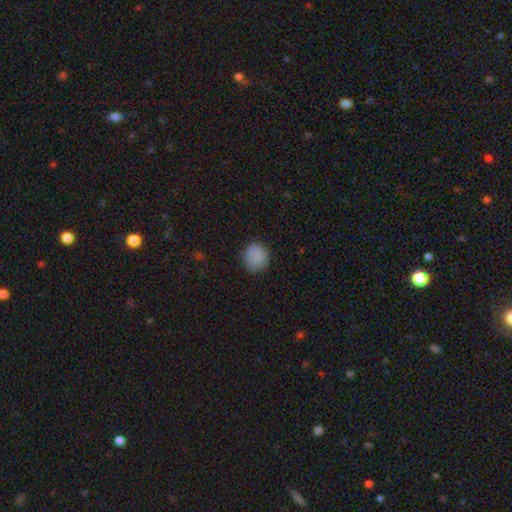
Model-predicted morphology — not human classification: smooth 87%, star or artifact 10%, featured or disk 4%. Down the decision tree: how rounded — round (85%); merging — none (84%).